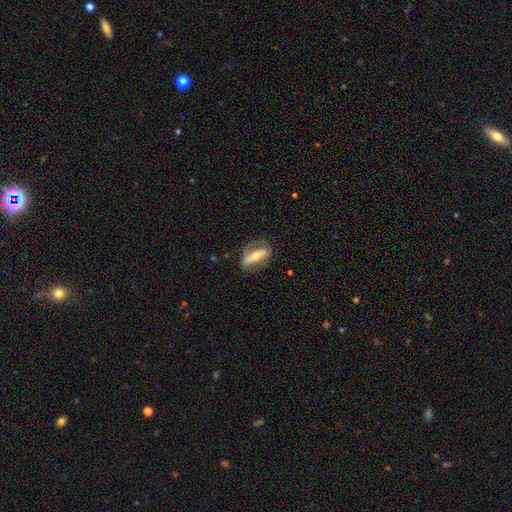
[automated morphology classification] featured or disk 63%, smooth 30%, star or artifact 7%. Down the decision tree: edge-on disk — no (66%); merging — none (66%).